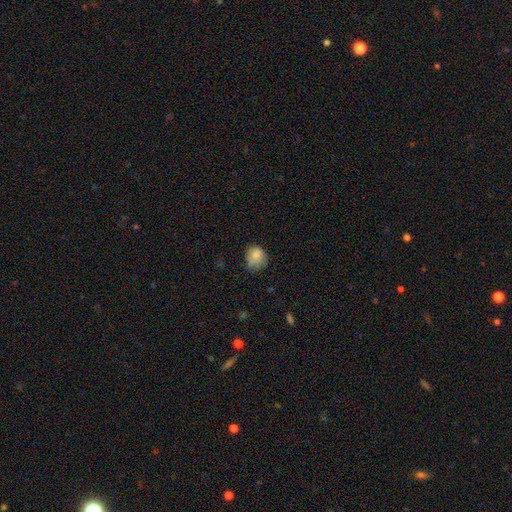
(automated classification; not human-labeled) Smooth or featured? Predicted: smooth (p=0.80). How rounded? Predicted: round (p=0.74). Merging? Predicted: none (p=0.55).